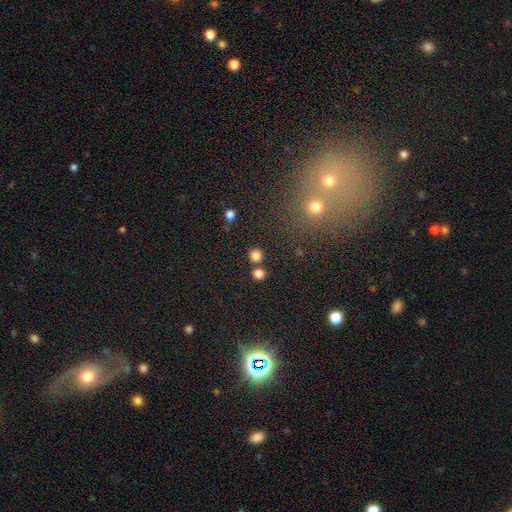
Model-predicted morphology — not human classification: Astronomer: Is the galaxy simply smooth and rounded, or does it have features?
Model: smooth — 81%.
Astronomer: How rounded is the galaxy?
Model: round — 88%.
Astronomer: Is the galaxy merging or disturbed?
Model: none — 74%.